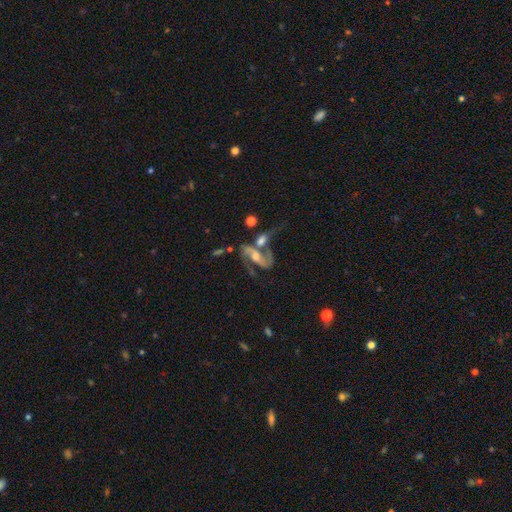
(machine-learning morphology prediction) This appears to be a featured or disk galaxy (81%) with no bar (39%), 2 (85%) loose (56%) spiral arms (91%) and a moderate central bulge (54%). Merging: merger (42%).